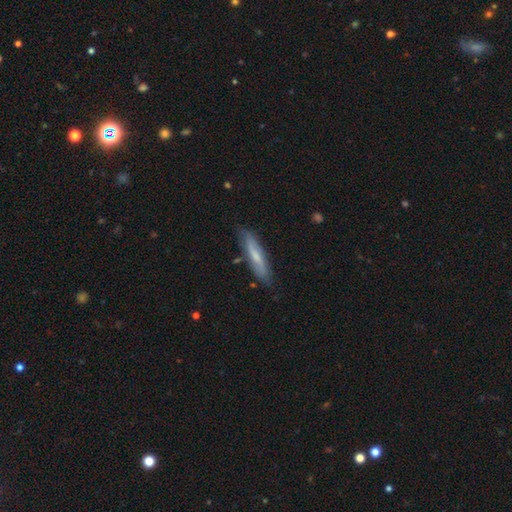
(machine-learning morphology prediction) A smooth galaxy with no disk features (52%) that is cigar-shaped (80%). Merging: none (79%).